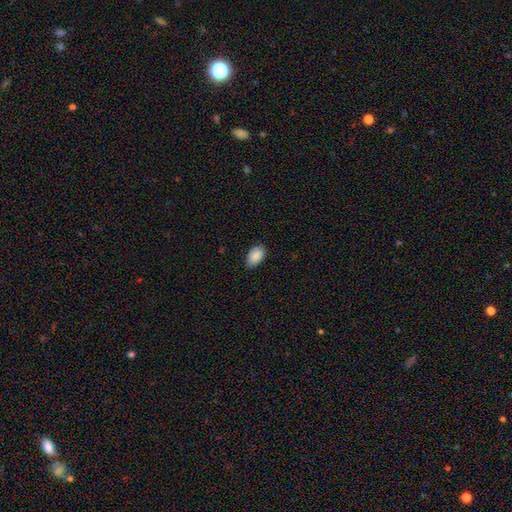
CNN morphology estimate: Smooth or featured?
  - smooth: 90% *
  - star or artifact: 7%
  - featured or disk: 3%
How rounded?
  - in between: 93% *
  - round: 6%
  - cigar-shaped: 1%
Merging?
  - none: 83% *
  - minor disturbance: 14%
  - major disturbance: 2%
  - merger: 1%